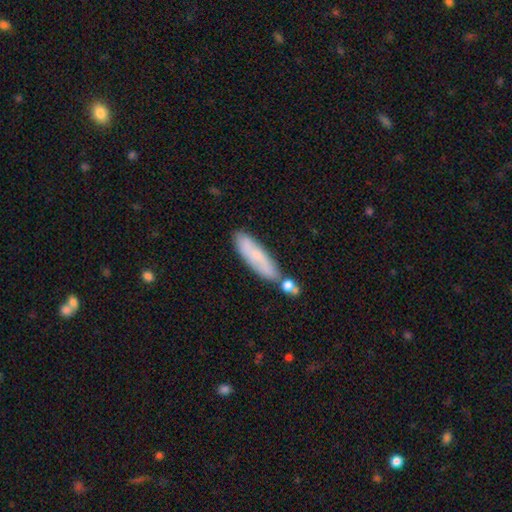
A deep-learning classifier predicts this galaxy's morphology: A smooth galaxy with no disk features (63%) that is cigar-shaped (67%).

Vote fractions:
- Smooth or featured? smooth: 63% / featured or disk: 30% / star or artifact: 7%
- How rounded? cigar-shaped: 67% / in between: 31% / round: 2%
- Merging? none: 66% / minor disturbance: 16% / merger: 14% / major disturbance: 4%